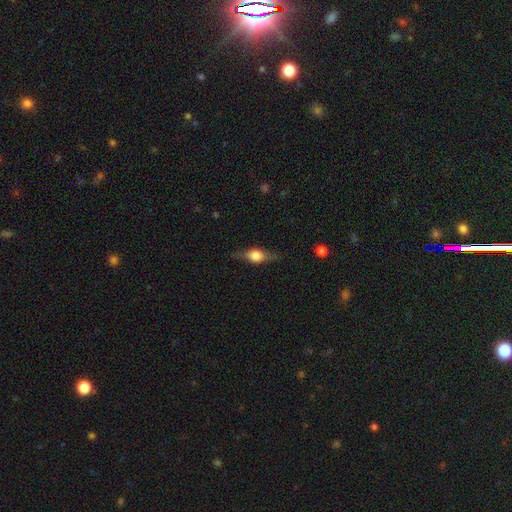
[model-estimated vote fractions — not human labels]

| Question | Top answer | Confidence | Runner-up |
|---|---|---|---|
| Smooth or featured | featured or disk | 54% | smooth (38%) |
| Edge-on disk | yes | 93% | no (7%) |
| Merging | none | 76% | minor disturbance (17%) |